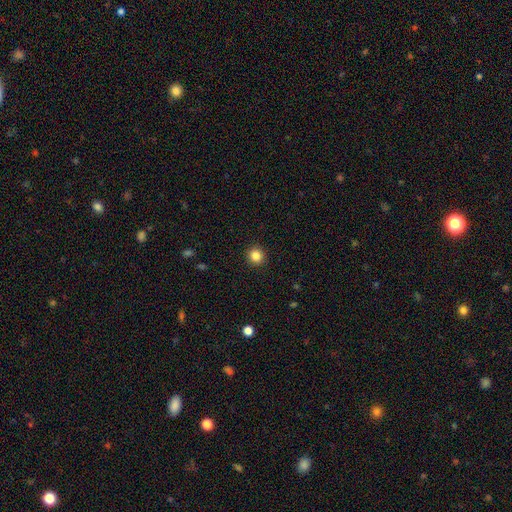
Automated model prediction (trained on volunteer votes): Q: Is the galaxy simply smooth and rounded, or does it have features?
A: smooth — 84%.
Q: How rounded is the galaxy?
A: round — 93%.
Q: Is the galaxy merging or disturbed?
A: none — 93%.